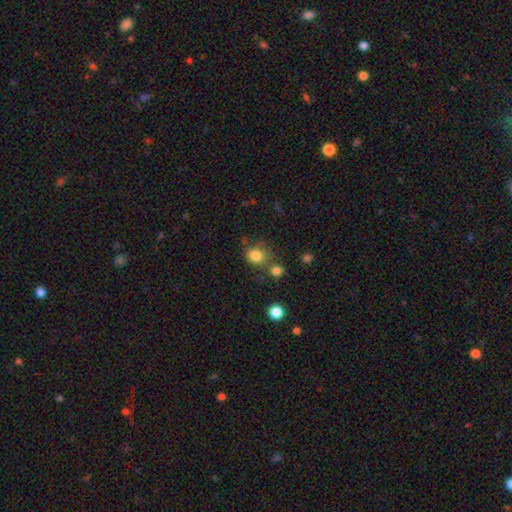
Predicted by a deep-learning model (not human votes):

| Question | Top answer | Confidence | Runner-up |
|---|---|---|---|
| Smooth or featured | smooth | 81% | star or artifact (12%) |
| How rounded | round | 74% | in between (25%) |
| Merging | none | 60% | merger (18%) |